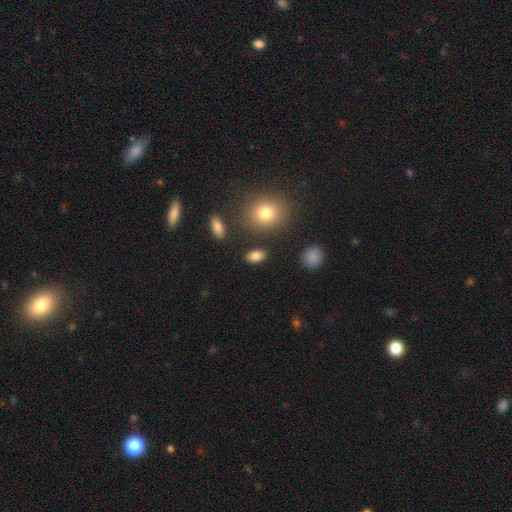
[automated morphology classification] The model was most divided on "smooth or featured": smooth: 84%, star or artifact: 10%, featured or disk: 6%. More confident: how rounded — in between (86%); merging — none (85%).